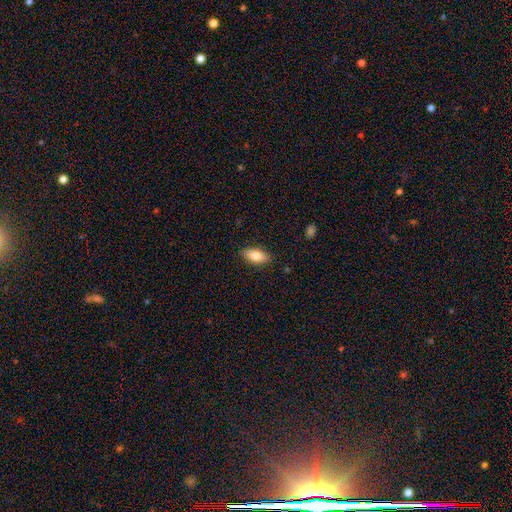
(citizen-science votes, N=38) This is clearly a smooth galaxy (82%). How rounded: clearly in between (94%). Merging: clearly none (86%).